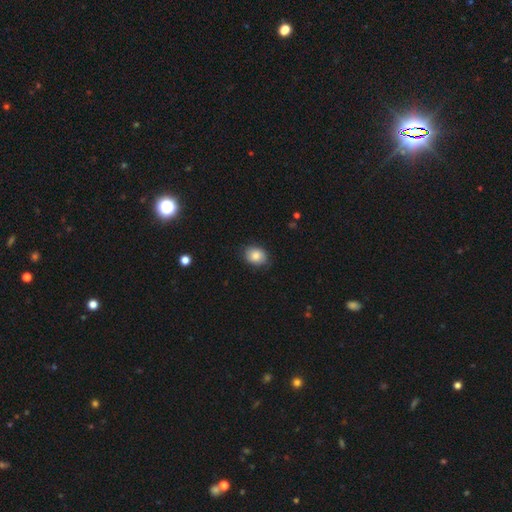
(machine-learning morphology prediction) Overall: smooth (83%). How rounded: in between (55%; round 44%). Merging: none (79%).